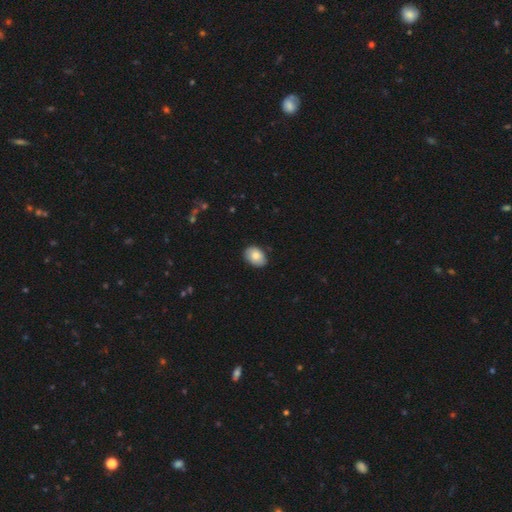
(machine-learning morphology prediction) Overall: smooth (81%). How rounded: in between (77%). Merging: none (82%).